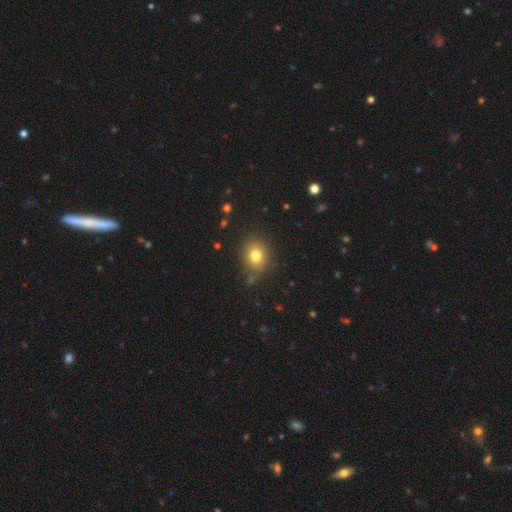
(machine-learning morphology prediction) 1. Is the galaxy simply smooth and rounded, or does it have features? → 79% smooth, 13% star or artifact, 9% featured or disk.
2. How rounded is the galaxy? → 60% round, 39% in between, 1% cigar-shaped.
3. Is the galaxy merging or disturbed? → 83% none, 11% minor disturbance, 3% major disturbance, 3% merger.